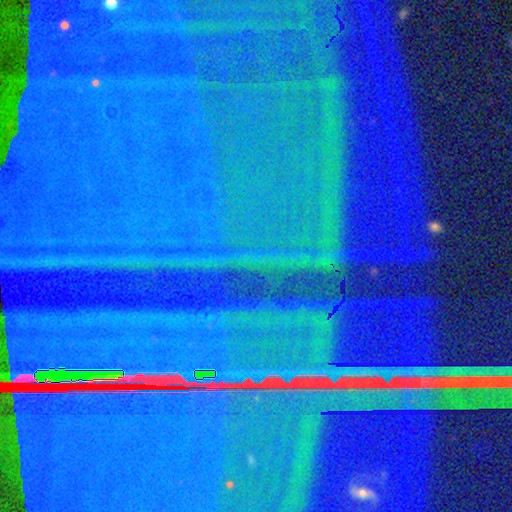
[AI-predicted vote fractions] Smooth or featured: star or artifact — 89% (featured or disk — 7%)